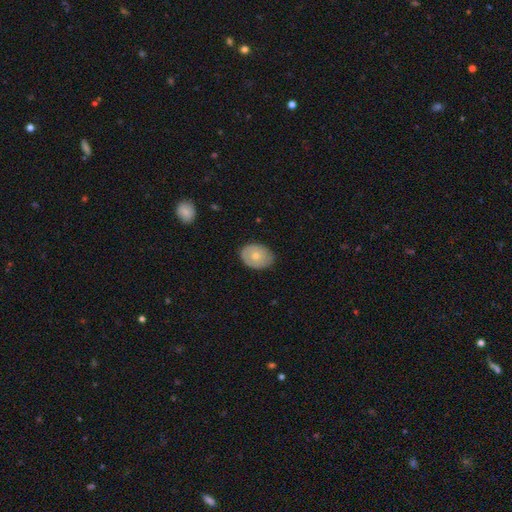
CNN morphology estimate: This is likely a smooth galaxy (62%). How rounded: likely in between (67%). Merging: likely none (74%).